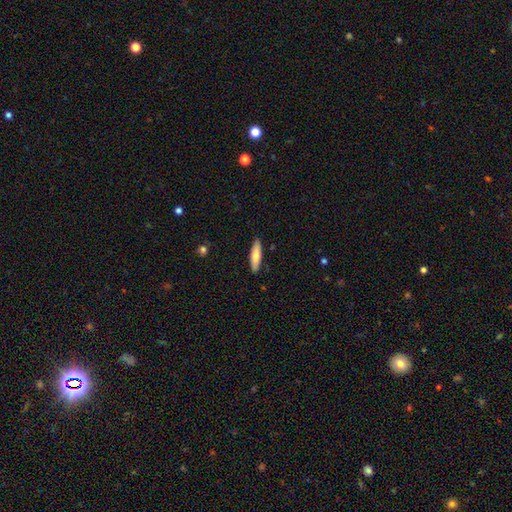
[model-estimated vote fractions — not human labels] A smooth galaxy with no disk features (76%) that is cigar-shaped (67%). Merging: none (90%).